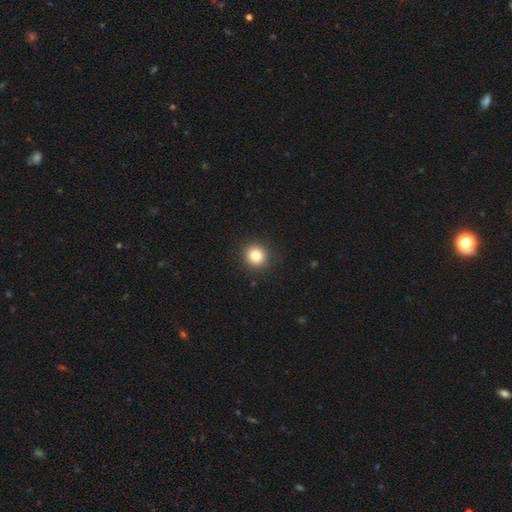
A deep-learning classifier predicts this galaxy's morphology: The model was most divided on "smooth or featured": smooth: 83%, star or artifact: 11%, featured or disk: 6%. More confident: how rounded — round (93%); merging — none (92%).